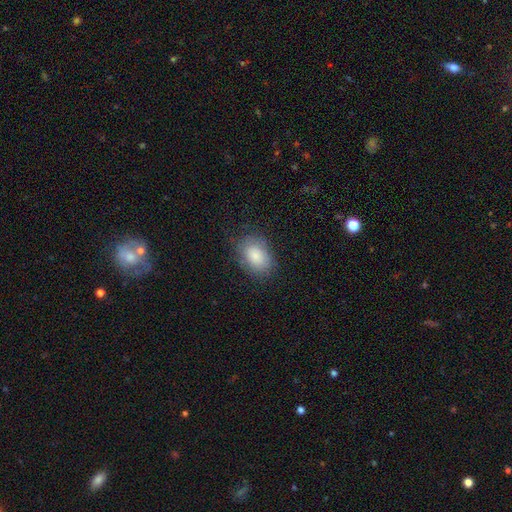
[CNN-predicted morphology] This appears to be a smooth galaxy with no disk features (83%) that is in between round and cigar-shaped (85%). Merging: none (75%).